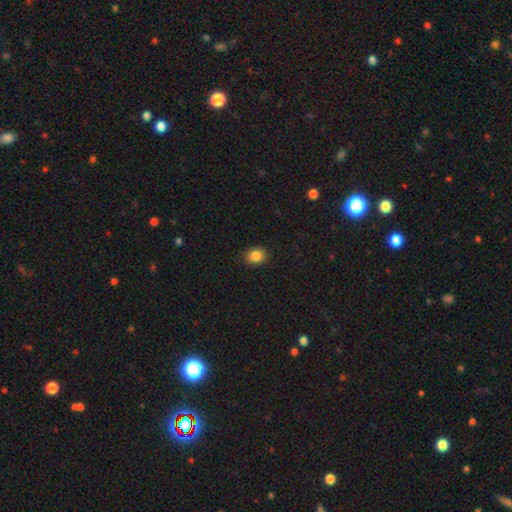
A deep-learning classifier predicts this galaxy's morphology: smooth-or-featured: smooth: 85% | star or artifact: 10% | featured or disk: 5%
  how-rounded: round: 65% | in between: 34% | cigar-shaped: 1%
  merging: none: 88% | minor disturbance: 9% | major disturbance: 2% | merger: 1%